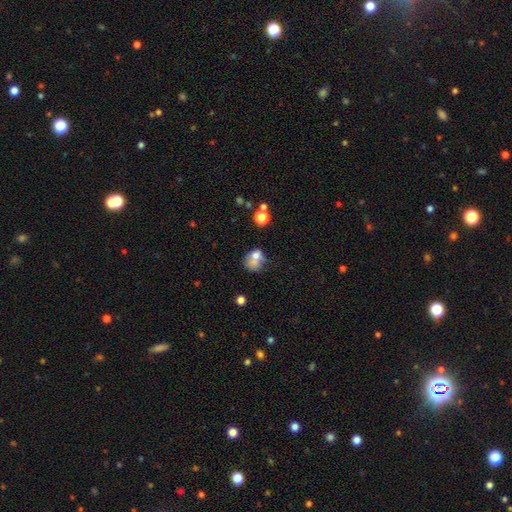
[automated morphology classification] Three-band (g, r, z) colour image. It shows a smooth galaxy with no disk features (69%) that is round (55%). Merging: merger (31%, tied with none).